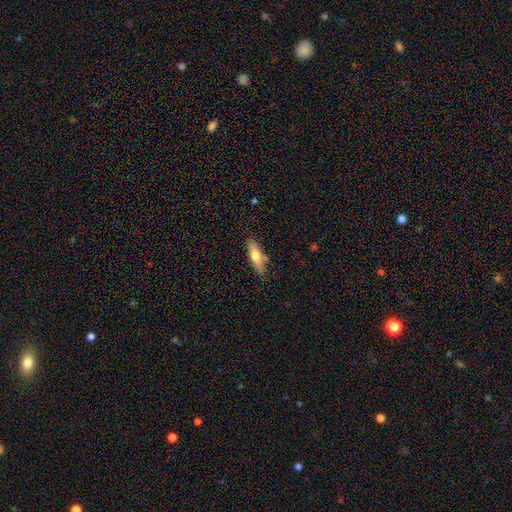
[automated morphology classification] Smooth or featured? smooth (56%)
How rounded? cigar-shaped (57%)
Merging? none (76%)